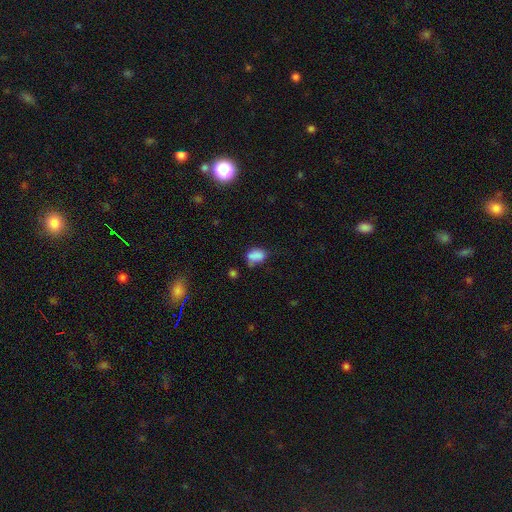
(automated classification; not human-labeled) Morphology: type=smooth (80%); roundness=in between (82%); merging=none (41%).